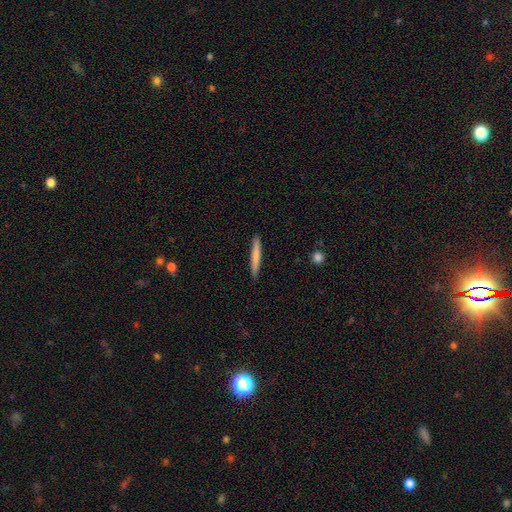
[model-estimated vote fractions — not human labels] smooth-or-featured: smooth: 74% | featured or disk: 20% | star or artifact: 6%
  how-rounded: cigar-shaped: 96% | in between: 3% | round: 1%
  merging: none: 91% | minor disturbance: 7% | major disturbance: 1% | merger: 1%